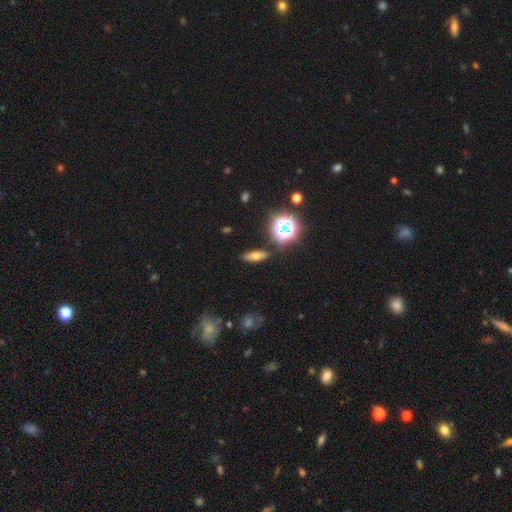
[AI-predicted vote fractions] Morphology: type=smooth (59%); roundness=in between (54%); merging=none (85%).